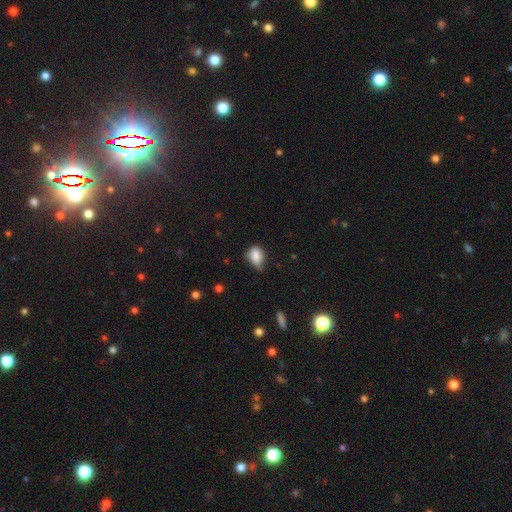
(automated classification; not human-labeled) Smooth or featured? Predicted: smooth (p=0.85). How rounded? Predicted: in between (p=0.75). Merging? Predicted: none (p=0.45).